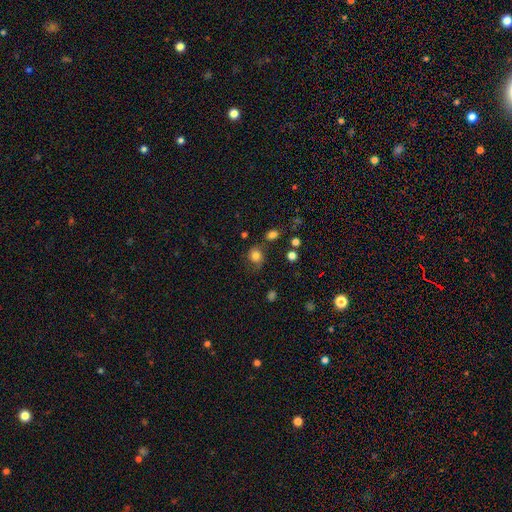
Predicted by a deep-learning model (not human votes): This is likely a smooth galaxy (78%). How rounded: likely round (72%). Merging: likely none (67%).